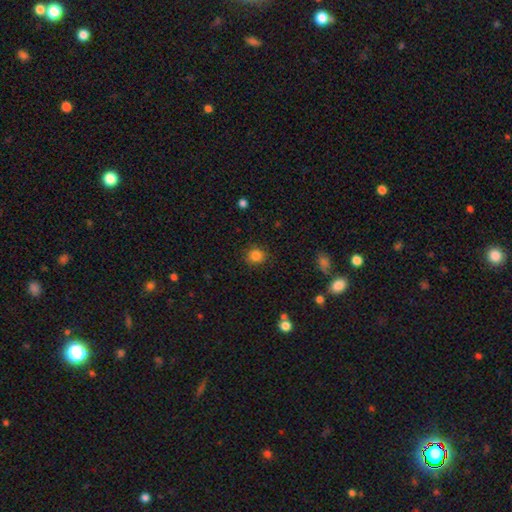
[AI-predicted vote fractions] smooth_or_featured: smooth (p=0.84) [alt: star or artifact p=0.12]
how_rounded: round (p=0.85) [alt: in between p=0.14]
merging: none (p=0.86) [alt: minor disturbance p=0.09]